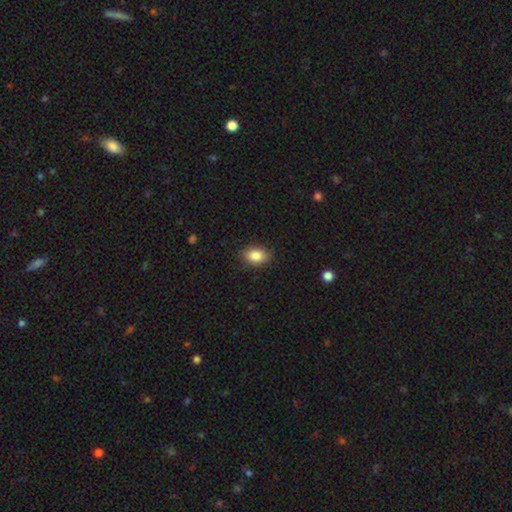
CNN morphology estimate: A smooth galaxy with no disk features (86%) that is in between round and cigar-shaped (82%). Merging: none (87%).